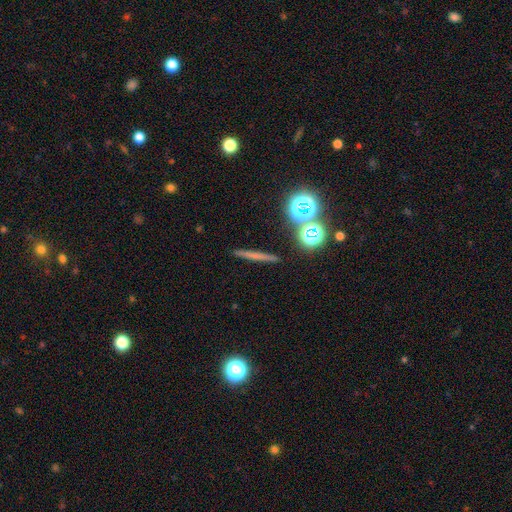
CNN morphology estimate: Smooth or featured? smooth (49%)
Merging? none (89%)